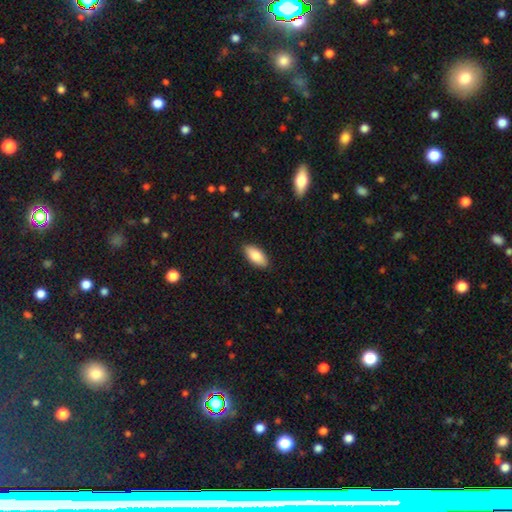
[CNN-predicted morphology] smooth-or-featured: smooth: 85% | featured or disk: 9% | star or artifact: 6%
  how-rounded: in between: 88% | cigar-shaped: 10% | round: 2%
  merging: none: 89% | minor disturbance: 9% | major disturbance: 2% | merger: 1%